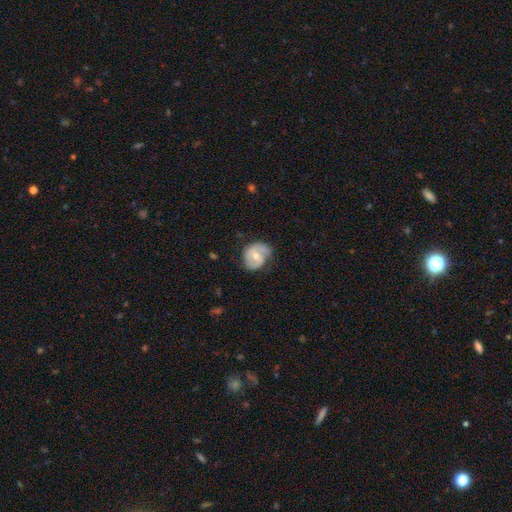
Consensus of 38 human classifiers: A featured or disk galaxy (79%) with no bar (68%), 1 (56%) tight (67%) spiral arms (96%) and a moderate central bulge (71%).

Vote fractions:
- Smooth or featured? featured or disk: 79% / smooth: 18% / star or artifact: 3%
- Edge-on disk? no: 93% / yes: 7%
- Bar? no: 68% / weak: 29% / strong: 4%
- Spiral arms? yes: 96% / no: 4%
- Spiral winding? tight: 67% / loose: 19% / medium: 15%
- Spiral arm count? 1: 56% / 2: 37% / more than 4: 4% / can't tell: 4% / 3: 0% / 4: 0%
- Bulge size? moderate: 71% / small: 29% / dominant: 0% / large: 0% / none: 0%
- Merging? none: 76% / minor disturbance: 19% / major disturbance: 5% / merger: 0%